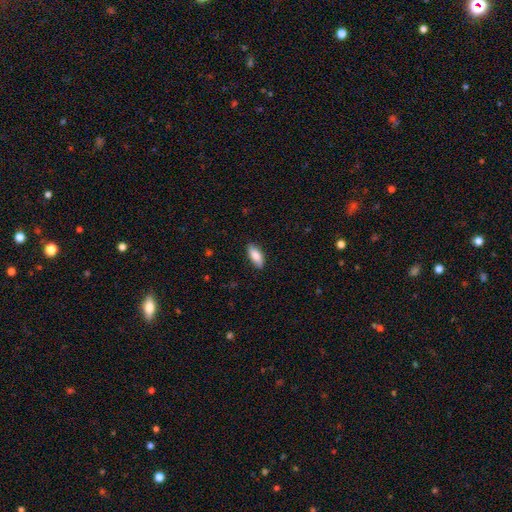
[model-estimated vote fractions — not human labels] This is clearly a smooth galaxy (84%). How rounded: clearly in between (83%). Merging: clearly none (85%).